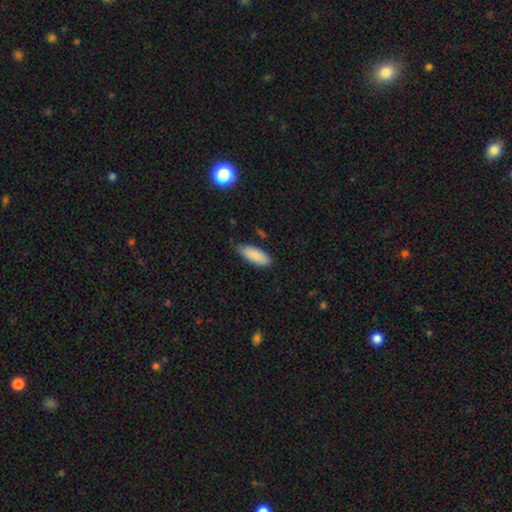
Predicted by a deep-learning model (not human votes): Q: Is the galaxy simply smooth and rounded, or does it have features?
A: smooth — 88%.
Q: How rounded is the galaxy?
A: in between — 77%.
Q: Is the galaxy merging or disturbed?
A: none — 75%.